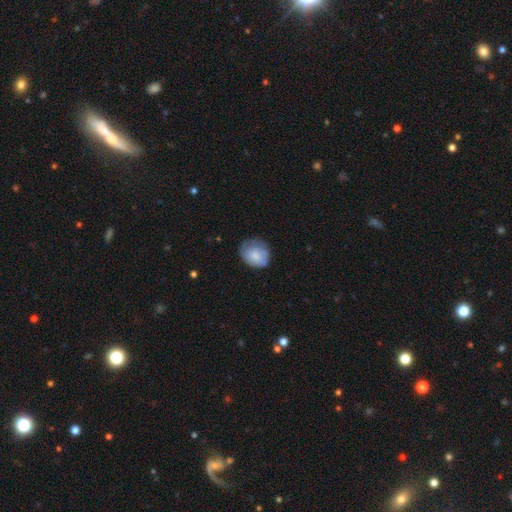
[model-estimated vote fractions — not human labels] This appears to be a smooth galaxy with no disk features (73%) that is round (64%). Merging: none (57%).